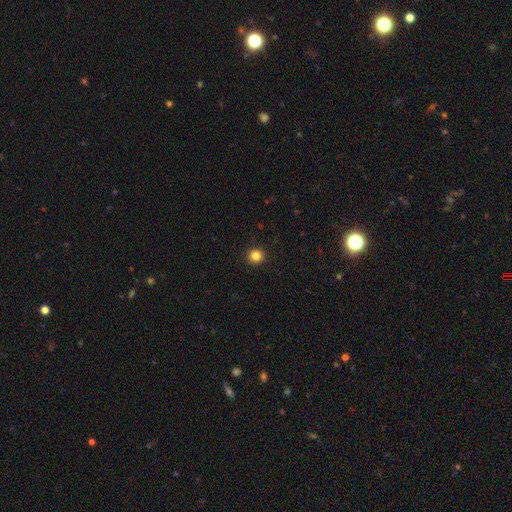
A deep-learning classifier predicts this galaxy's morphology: Q: Smooth or featured?
A: smooth (84%); runner-up: star or artifact (12%)
Q: How rounded?
A: round (95%); runner-up: in between (4%)
Q: Merging?
A: none (93%); runner-up: minor disturbance (4%)